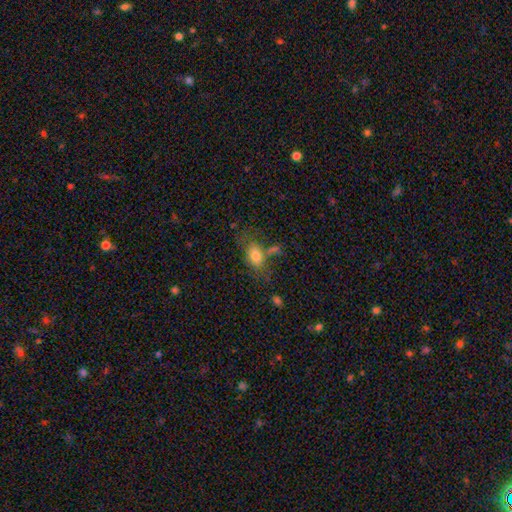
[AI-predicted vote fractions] Overall: smooth (75%). How rounded: in between (81%). Merging: none (50%; minor disturbance 20%).